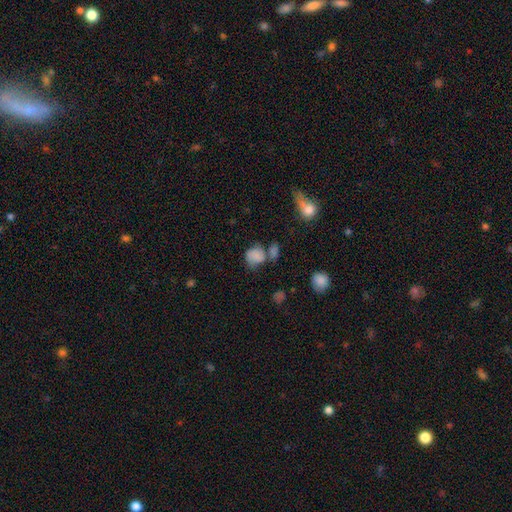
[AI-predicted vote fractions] Smooth or featured? smooth (75%)
How rounded? round (62%)
Merging? none (40%)